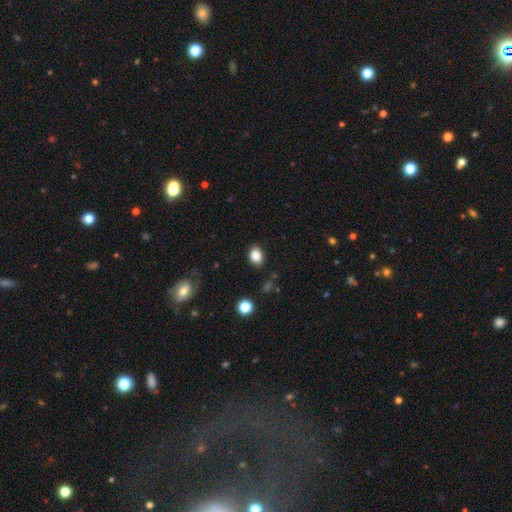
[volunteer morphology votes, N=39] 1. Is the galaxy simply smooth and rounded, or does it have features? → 87% smooth, 10% star or artifact, 3% featured or disk.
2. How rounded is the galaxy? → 71% in between, 29% round, 0% cigar-shaped.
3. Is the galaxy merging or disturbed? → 86% none, 11% minor disturbance, 3% major disturbance, 0% merger.